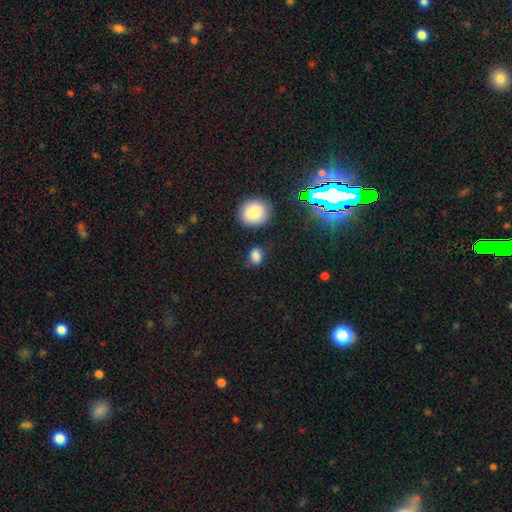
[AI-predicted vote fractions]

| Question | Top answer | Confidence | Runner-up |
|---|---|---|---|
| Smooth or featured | smooth | 80% | star or artifact (14%) |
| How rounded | in between | 57% | round (41%) |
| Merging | none | 73% | minor disturbance (16%) |